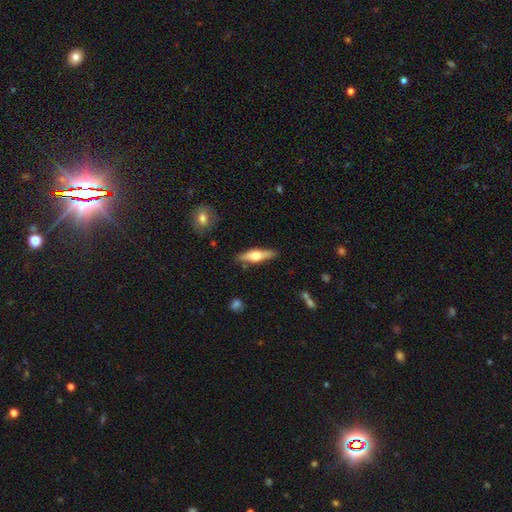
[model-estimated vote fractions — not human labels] The model was most divided on "smooth or featured": featured or disk: 51%, smooth: 44%, star or artifact: 6%. More confident: edge-on disk — yes (92%); merging — none (86%).